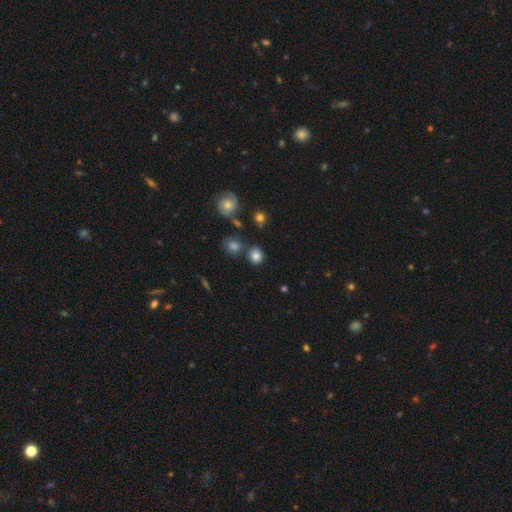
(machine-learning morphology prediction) This appears to be a smooth galaxy with no disk features (81%) that is round (76%). Merging: none (74%).